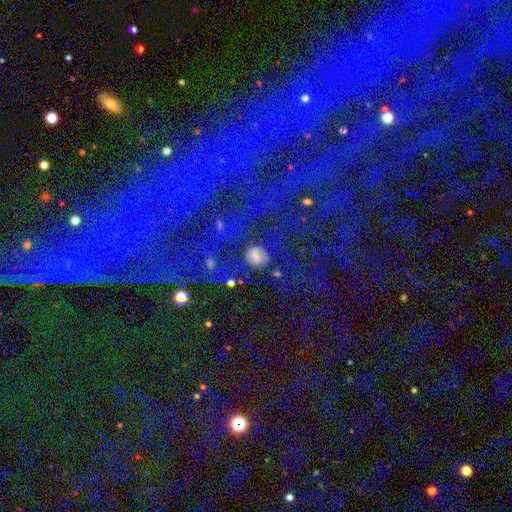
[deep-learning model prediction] smooth_or_featured: smooth (p=0.56) [alt: star or artifact p=0.24]
how_rounded: round (p=0.73) [alt: in between p=0.25]
merging: none (p=0.71) [alt: minor disturbance p=0.16]